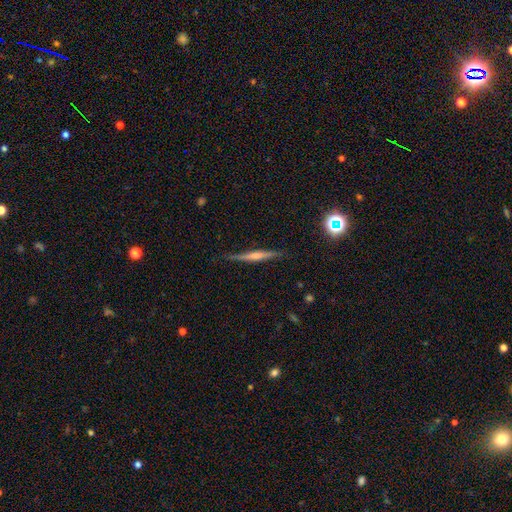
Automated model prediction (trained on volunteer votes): Smooth or featured? featured or disk (61%)
Edge-on disk? yes (97%)
Edge-on bulge? rounded (54%)
Merging? none (85%)